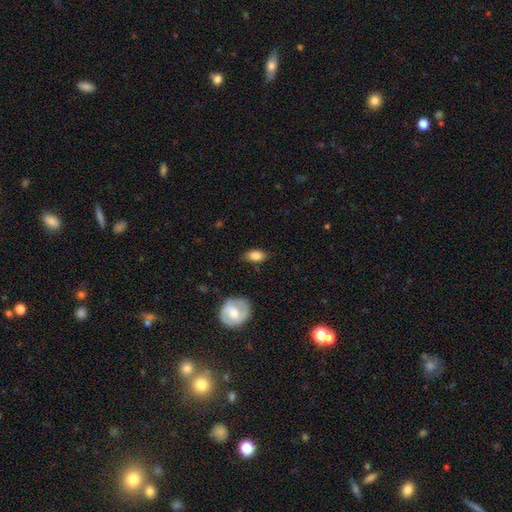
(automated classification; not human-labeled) Overall: smooth (81%). How rounded: in between (88%). Merging: none (77%).